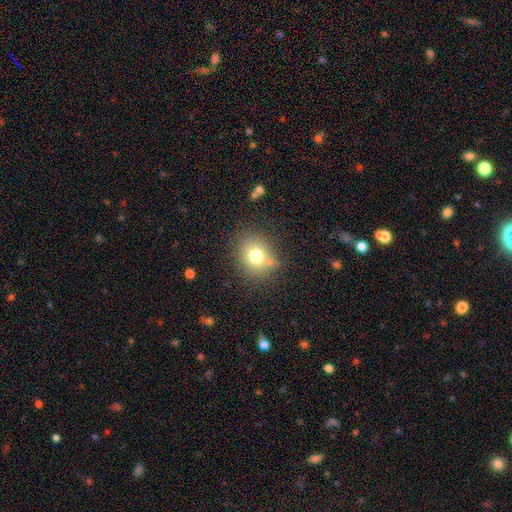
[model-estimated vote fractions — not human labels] smooth 73%, star or artifact 14%, featured or disk 13%. Down the decision tree: how rounded — round (68%); merging — none (73%).